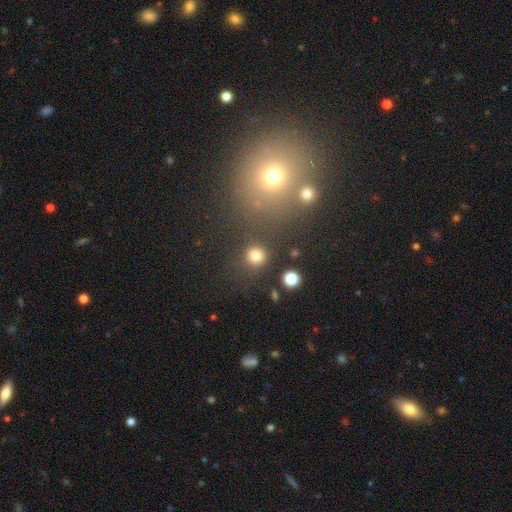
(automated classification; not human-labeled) Smooth or featured: smooth — 80% (star or artifact — 14%)
How rounded: round — 90% (in between — 9%)
Merging: none — 82% (minor disturbance — 8%)